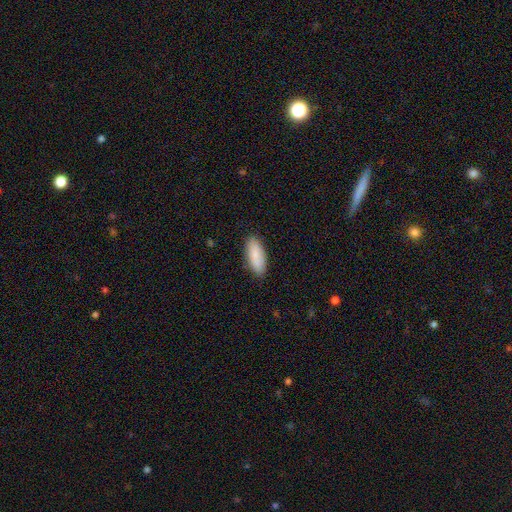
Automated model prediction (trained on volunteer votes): Morphology: type=smooth (88%); roundness=in between (77%); merging=none (86%).